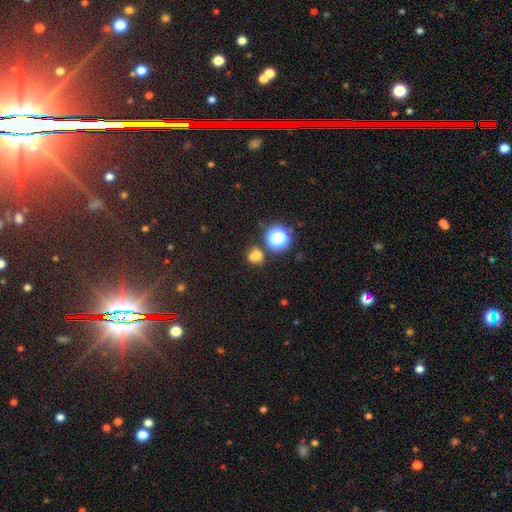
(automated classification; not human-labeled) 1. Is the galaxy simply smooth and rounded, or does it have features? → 65% smooth, 26% star or artifact, 10% featured or disk.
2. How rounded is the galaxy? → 77% round, 22% in between, 1% cigar-shaped.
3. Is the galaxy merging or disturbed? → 49% none, 36% merger, 9% minor disturbance, 5% major disturbance.